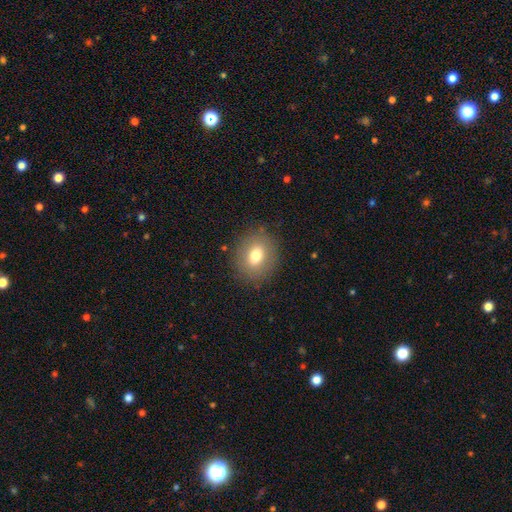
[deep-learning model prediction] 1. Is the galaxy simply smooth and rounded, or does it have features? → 73% smooth, 17% featured or disk, 10% star or artifact.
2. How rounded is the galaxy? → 55% round, 44% in between, 1% cigar-shaped.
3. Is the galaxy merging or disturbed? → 85% none, 10% minor disturbance, 4% major disturbance, 1% merger.